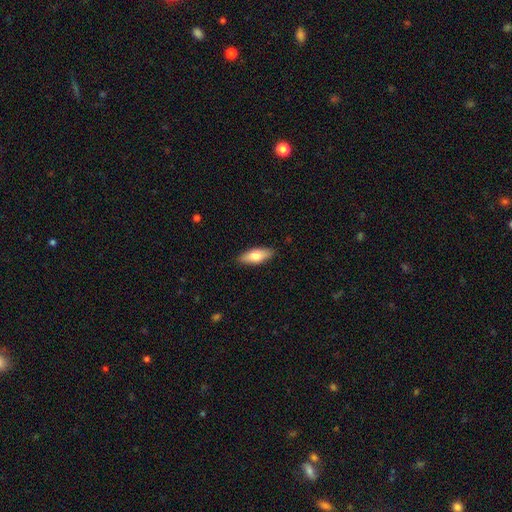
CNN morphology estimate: Overall: smooth (73%). How rounded: in between (72%). Merging: none (89%).